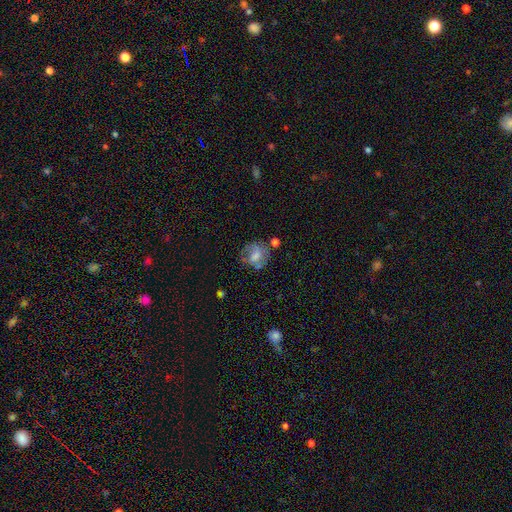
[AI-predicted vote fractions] The model was most divided on "smooth or featured": featured or disk: 51%, smooth: 37%, star or artifact: 12%. More confident: edge-on disk — no (96%); merging — none (62%).